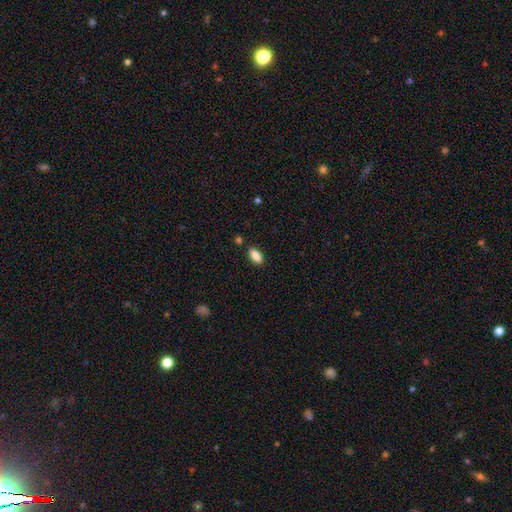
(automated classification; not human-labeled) Morphology: type=smooth (87%); roundness=in between (88%); merging=none (86%).